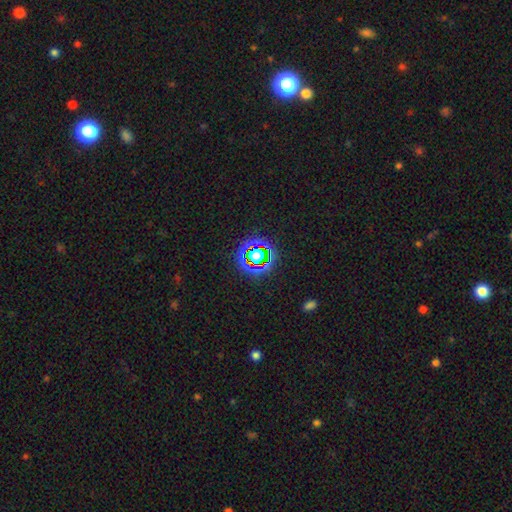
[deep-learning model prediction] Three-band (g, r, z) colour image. It shows a star or artifact, not a galaxy (64%).